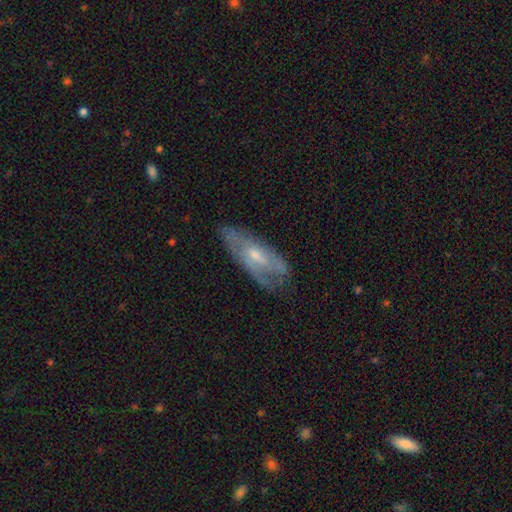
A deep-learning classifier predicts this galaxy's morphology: smooth_or_featured: featured or disk (p=0.68) [alt: smooth p=0.26]
disk_edge_on: no (p=0.83) [alt: yes p=0.17]
bar: no (p=0.54) [alt: weak p=0.38]
has_spiral_arms: yes (p=0.78) [alt: no p=0.22]
bulge_size: small (p=0.56) [alt: moderate p=0.38]
merging: none (p=0.63) [alt: minor disturbance p=0.25]